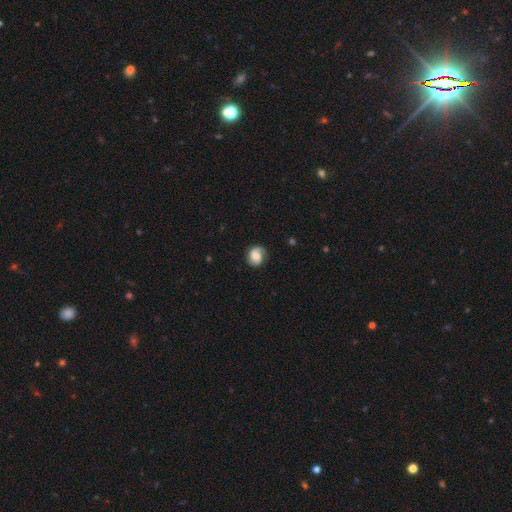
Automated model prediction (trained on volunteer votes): The model was most divided on "smooth or featured": featured or disk: 46%, smooth: 45%, star or artifact: 8%. More confident: merging — none (72%).